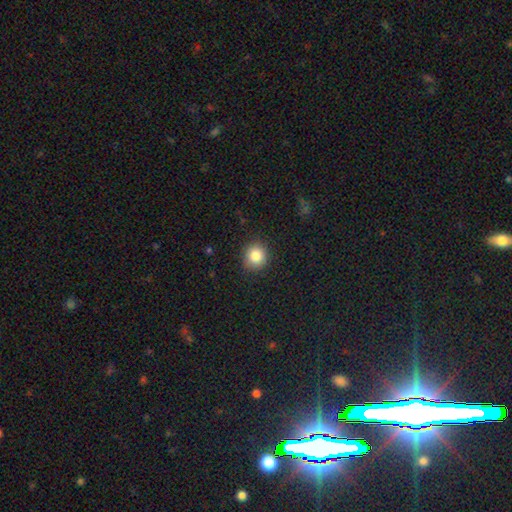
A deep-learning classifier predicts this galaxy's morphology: smooth_or_featured: smooth (p=0.84) [alt: star or artifact p=0.10]
how_rounded: round (p=0.90) [alt: in between p=0.09]
merging: none (p=0.89) [alt: minor disturbance p=0.07]